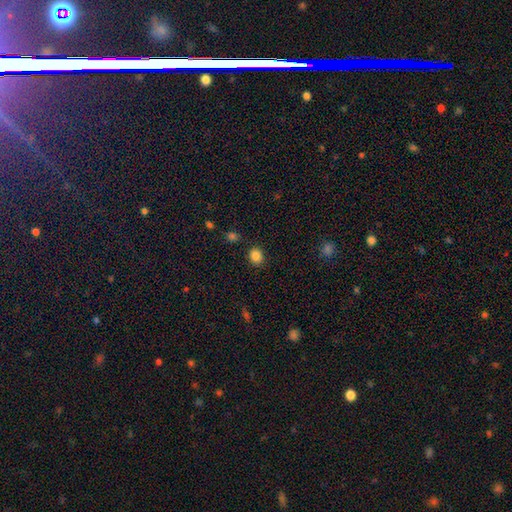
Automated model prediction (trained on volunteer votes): A smooth galaxy with no disk features (85%) that is round (63%).

Vote fractions:
- Smooth or featured? smooth: 85% / star or artifact: 11% / featured or disk: 4%
- How rounded? round: 63% / in between: 36% / cigar-shaped: 1%
- Merging? none: 86% / minor disturbance: 9% / major disturbance: 3% / merger: 2%